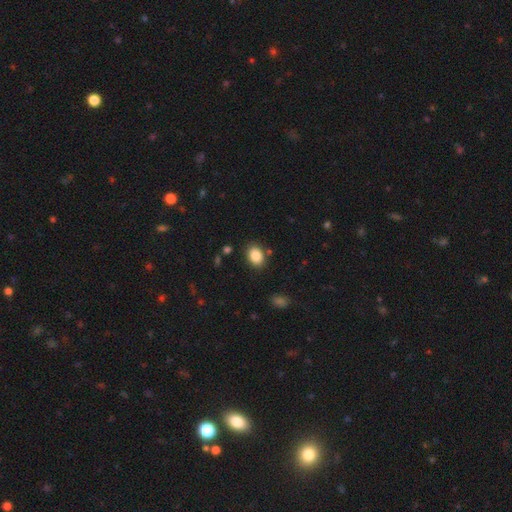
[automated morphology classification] A smooth galaxy with no disk features (86%) that is in between round and cigar-shaped (71%).

Vote fractions:
- Smooth or featured? smooth: 86% / star or artifact: 8% / featured or disk: 5%
- How rounded? in between: 71% / round: 28% / cigar-shaped: 1%
- Merging? none: 83% / minor disturbance: 10% / merger: 4% / major disturbance: 3%